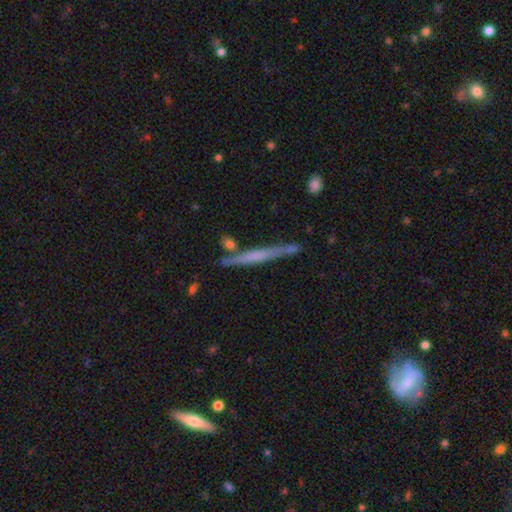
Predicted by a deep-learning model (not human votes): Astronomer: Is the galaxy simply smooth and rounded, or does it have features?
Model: featured or disk — 59%.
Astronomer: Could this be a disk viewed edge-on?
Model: yes — 97%.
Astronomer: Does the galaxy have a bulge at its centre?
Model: none — 60%.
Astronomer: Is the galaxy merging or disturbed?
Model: none — 81%.